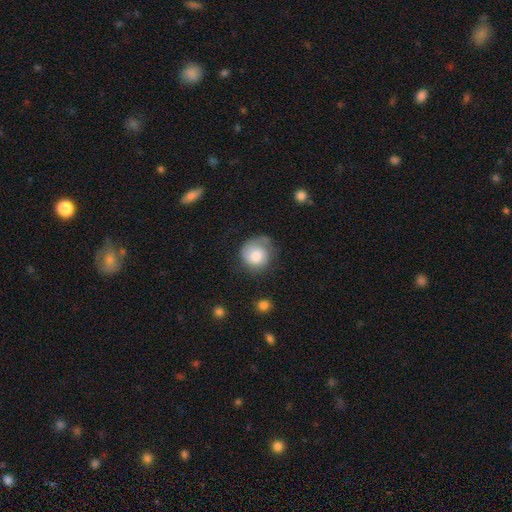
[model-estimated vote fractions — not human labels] smooth-or-featured: smooth: 66% | featured or disk: 27% | star or artifact: 7%
  how-rounded: round: 85% | in between: 14% | cigar-shaped: 1%
  merging: none: 50% | minor disturbance: 28% | major disturbance: 19% | merger: 3%